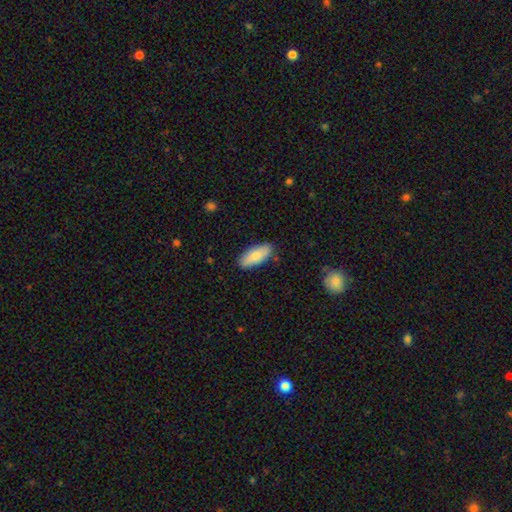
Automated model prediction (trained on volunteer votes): Smooth or featured? smooth (80%)
How rounded? in between (83%)
Merging? none (86%)